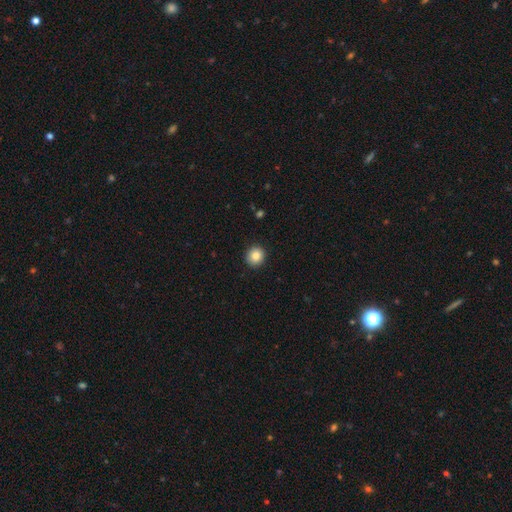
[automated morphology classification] Smooth or featured: smooth — 85% (star or artifact — 9%)
How rounded: round — 91% (in between — 8%)
Merging: none — 92% (minor disturbance — 6%)